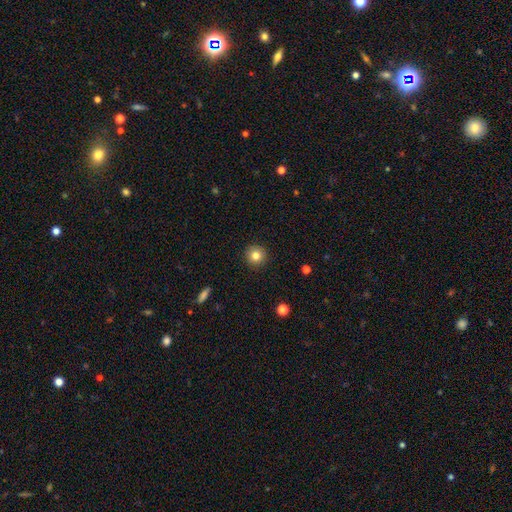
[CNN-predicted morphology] smooth 81%, star or artifact 11%, featured or disk 8%. Down the decision tree: how rounded — round (95%); merging — none (92%).